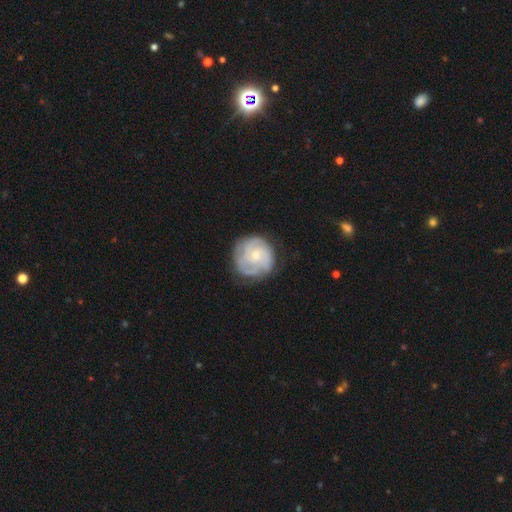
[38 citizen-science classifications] Smooth or featured: featured or disk — 74% (smooth — 24%)
Edge-on disk: no — 100%
Bar: no — 71% (weak — 18%)
Spiral arms: yes — 93% (no — 7%)
Spiral winding: tight — 62% (medium — 31%)
Spiral arm count: 3 — 46% (can't tell — 19%)
Bulge size: small — 57% (moderate — 39%)
Merging: none — 59% (minor disturbance — 32%)